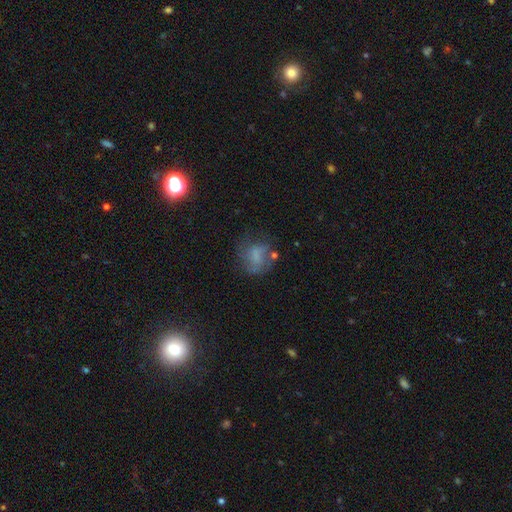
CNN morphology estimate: type=smooth (52%); roundness=round (65%); merging=none (48%).